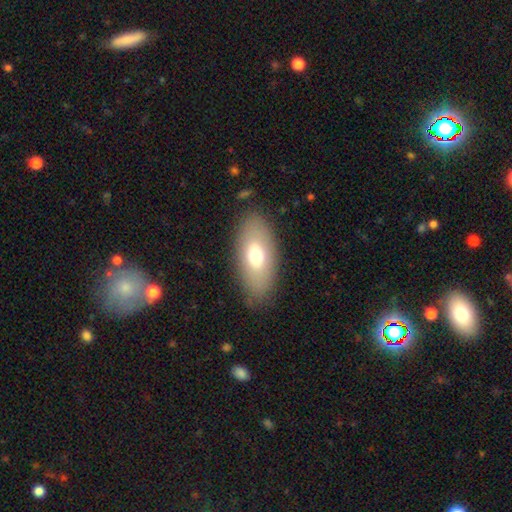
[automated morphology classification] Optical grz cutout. It shows a smooth galaxy with no disk features (69%) that is in between round and cigar-shaped (89%). Merging: none (83%).